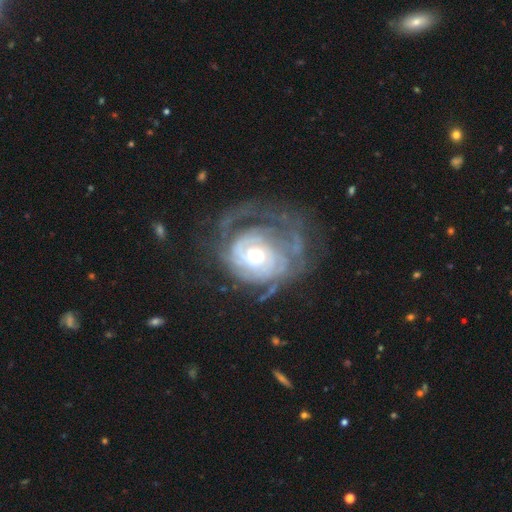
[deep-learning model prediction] A featured or disk galaxy (85%) with no bar (74%), tight (70%) spiral arms (92%) and a moderate central bulge (57%). Merging: none (49%).